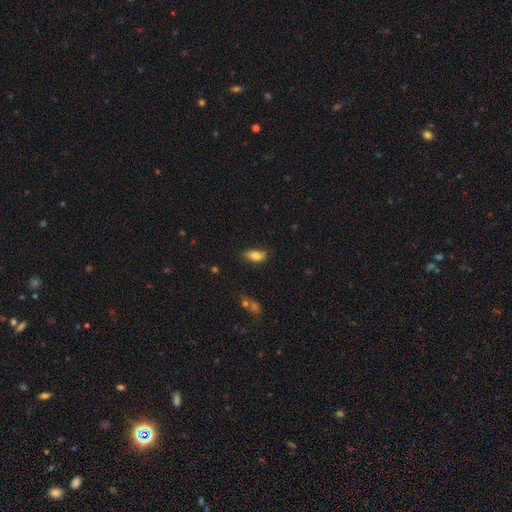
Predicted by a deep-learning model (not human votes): Morphology: type=smooth (80%); roundness=in between (84%); merging=none (71%).